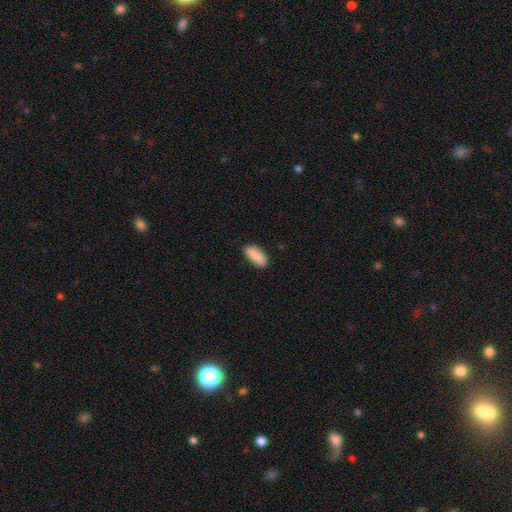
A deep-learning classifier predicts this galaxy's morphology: Smooth or featured: smooth — 89% (star or artifact — 6%)
How rounded: in between — 80% (cigar-shaped — 18%)
Merging: none — 87% (minor disturbance — 10%)